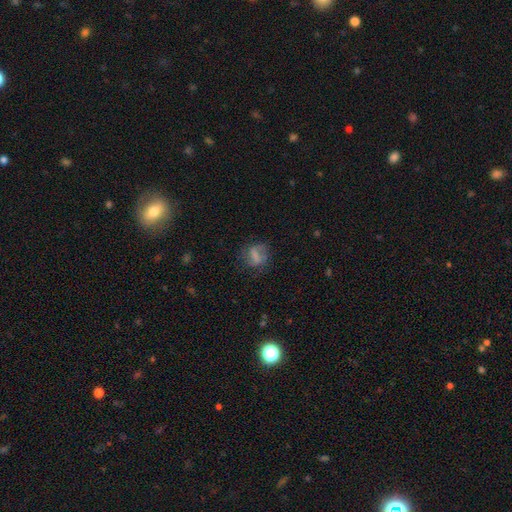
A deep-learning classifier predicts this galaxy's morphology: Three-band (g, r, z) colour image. It shows a smooth galaxy with no disk features (55%) that is round (52%). Merging: none (59%).